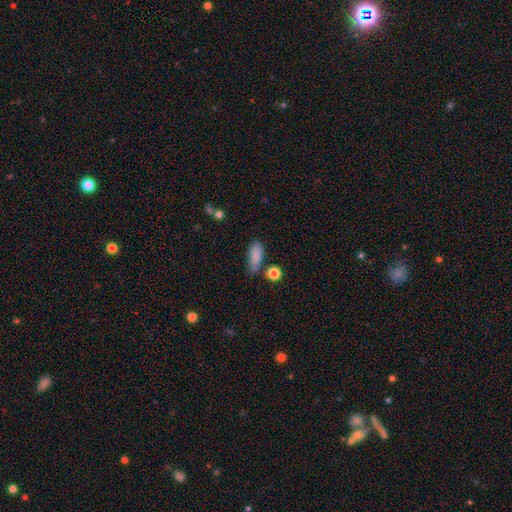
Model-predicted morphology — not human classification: A smooth galaxy with no disk features (84%) that is in between round and cigar-shaped (74%).

Vote fractions:
- Smooth or featured? smooth: 84% / star or artifact: 9% / featured or disk: 7%
- How rounded? in between: 74% / cigar-shaped: 22% / round: 4%
- Merging? none: 60% / minor disturbance: 27% / merger: 7% / major disturbance: 6%